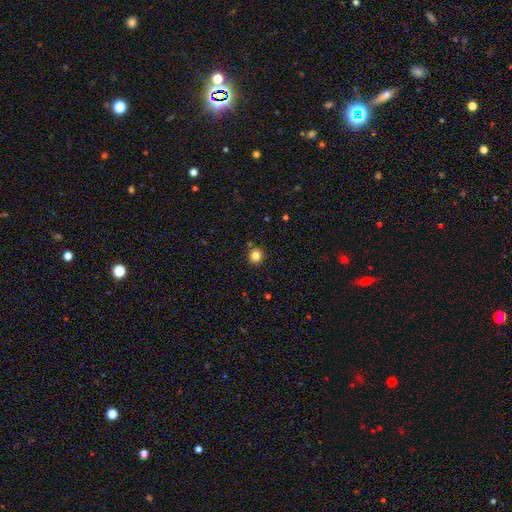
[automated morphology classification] Smooth or featured: smooth — 83% (star or artifact — 12%)
How rounded: round — 93% (in between — 6%)
Merging: none — 89% (minor disturbance — 7%)